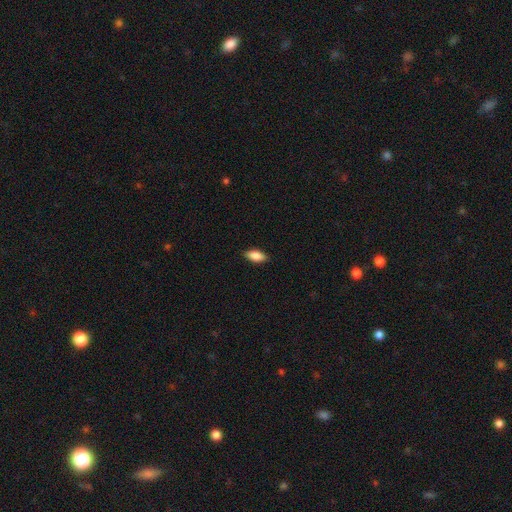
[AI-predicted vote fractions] This appears to be a smooth galaxy with no disk features (86%) that is in between round and cigar-shaped (88%). Merging: none (88%).